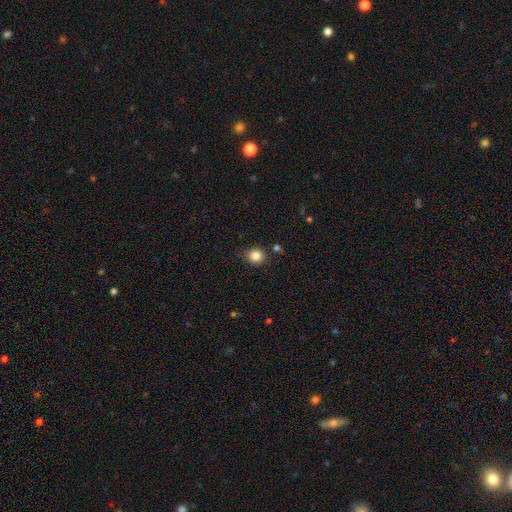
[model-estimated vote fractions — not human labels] A smooth galaxy with no disk features (85%) that is round (84%).

Vote fractions:
- Smooth or featured? smooth: 85% / star or artifact: 11% / featured or disk: 5%
- How rounded? round: 84% / in between: 15% / cigar-shaped: 1%
- Merging? none: 84% / minor disturbance: 11% / merger: 3% / major disturbance: 3%